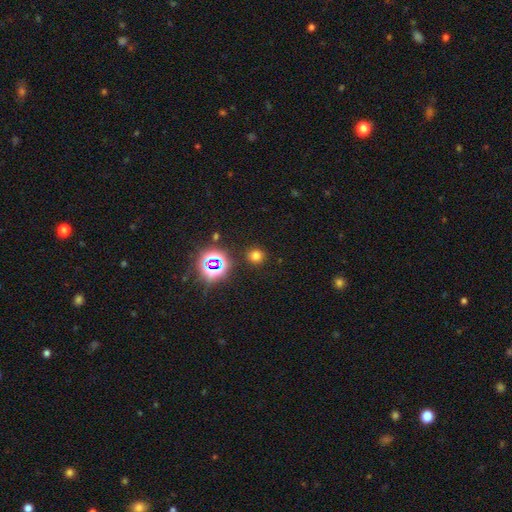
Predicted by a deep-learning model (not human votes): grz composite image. It shows a smooth galaxy with no disk features (69%) that is round (89%). Merging: none (87%).